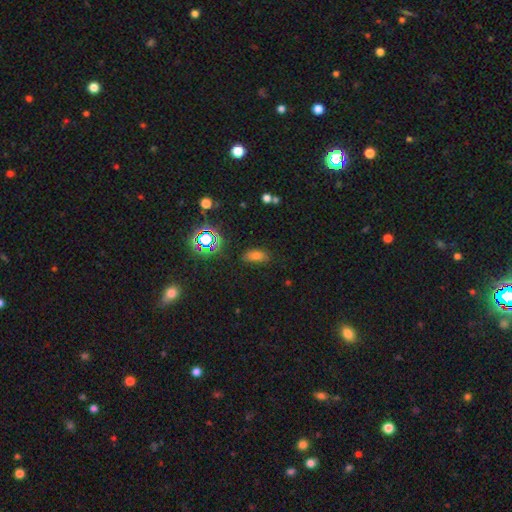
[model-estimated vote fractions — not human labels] Smooth or featured? Predicted: smooth (p=0.69). How rounded? Predicted: in between (p=0.82). Merging? Predicted: none (p=0.79).